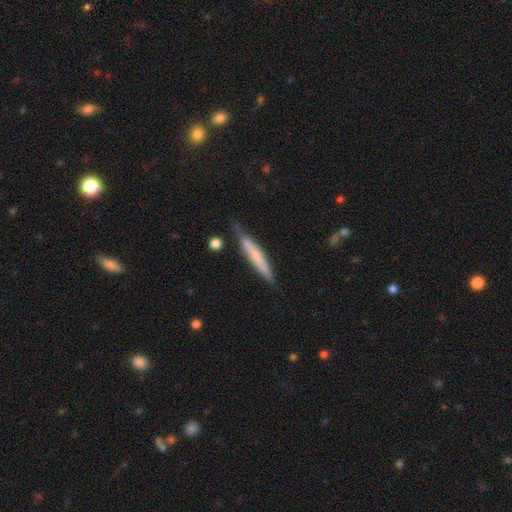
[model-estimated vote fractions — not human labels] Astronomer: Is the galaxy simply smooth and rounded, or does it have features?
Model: smooth — 54% (runner-up: featured or disk, 40%).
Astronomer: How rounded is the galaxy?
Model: cigar-shaped — 94%.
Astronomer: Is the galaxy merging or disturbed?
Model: none — 67%.